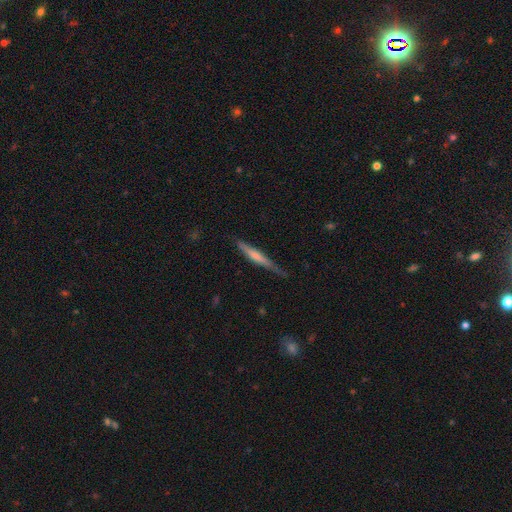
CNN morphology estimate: Smooth or featured? smooth (49%)
Merging? none (71%)